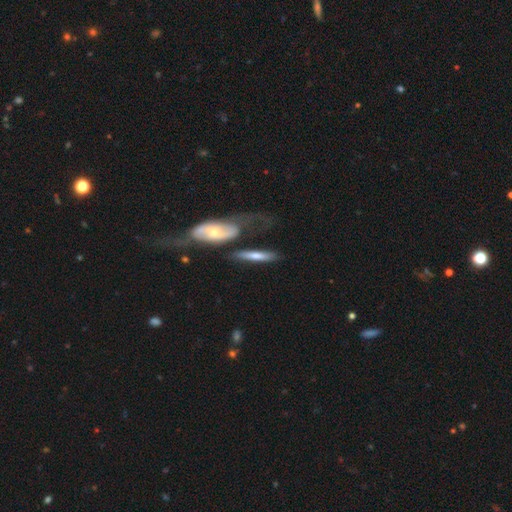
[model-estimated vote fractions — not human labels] smooth_or_featured: featured or disk (p=0.47) [tied with: smooth p=0.47]
merging: none (p=0.42) [alt: merger p=0.27]